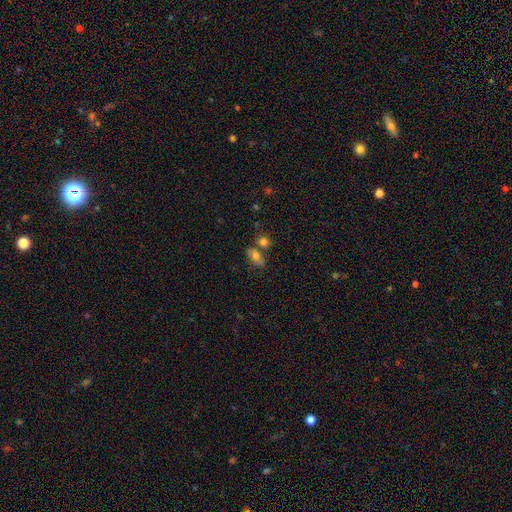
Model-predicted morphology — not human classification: smooth_or_featured: smooth (p=0.70) [alt: featured or disk p=0.18]
how_rounded: in between (p=0.78) [alt: round p=0.17]
merging: none (p=0.52) [alt: merger p=0.25]